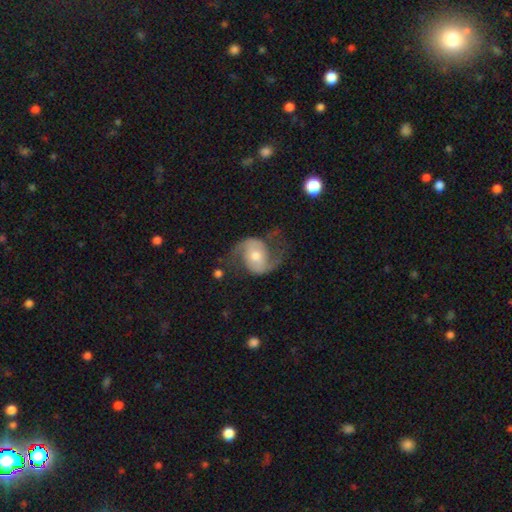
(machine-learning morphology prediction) This appears to be a featured or disk galaxy (84%) with no bar (54%), 2 (93%) loose (47%) spiral arms (95%) and a moderate central bulge (63%). Merging: none (67%).